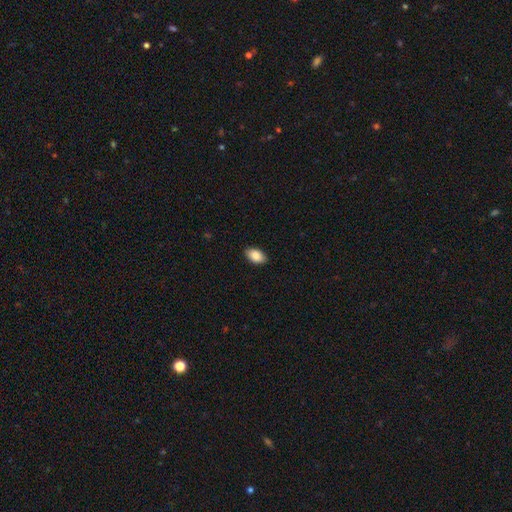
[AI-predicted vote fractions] This is clearly a smooth galaxy (88%). How rounded: clearly in between (93%). Merging: clearly none (89%).